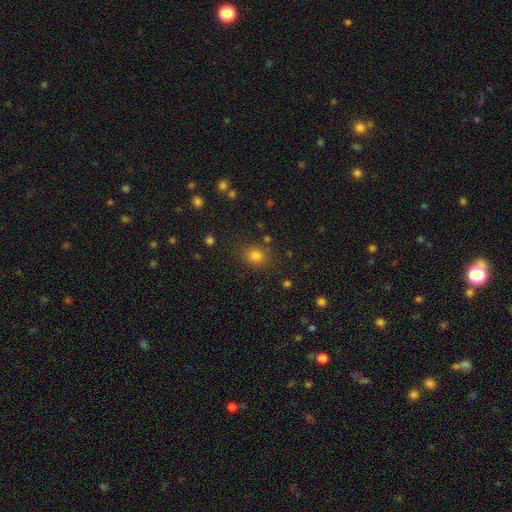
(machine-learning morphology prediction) Smooth or featured?
  - smooth: 80% *
  - star or artifact: 14%
  - featured or disk: 6%
How rounded?
  - round: 68% *
  - in between: 31%
  - cigar-shaped: 1%
Merging?
  - none: 83% *
  - minor disturbance: 10%
  - major disturbance: 4%
  - merger: 3%